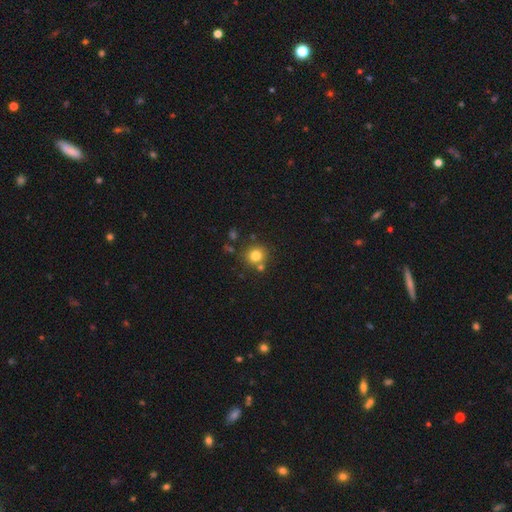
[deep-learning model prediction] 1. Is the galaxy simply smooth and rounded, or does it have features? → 79% smooth, 13% star or artifact, 8% featured or disk.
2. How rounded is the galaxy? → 88% round, 11% in between, 1% cigar-shaped.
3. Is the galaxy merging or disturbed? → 75% none, 12% merger, 9% minor disturbance, 3% major disturbance.